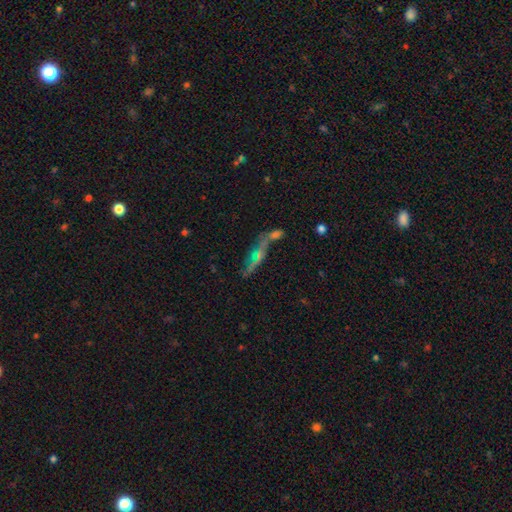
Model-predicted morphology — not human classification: The model was most divided on "merging": merger: 37%, none: 36%, minor disturbance: 14%, major disturbance: 13%. More confident: edge-on disk — yes (53%); smooth or featured — featured or disk (50%).